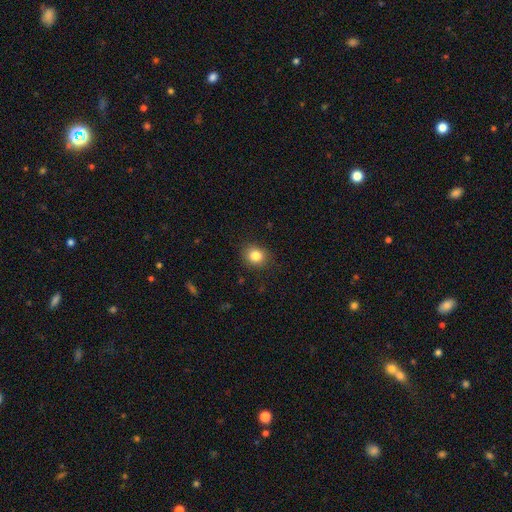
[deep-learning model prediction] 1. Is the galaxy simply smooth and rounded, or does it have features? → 84% smooth, 11% star or artifact, 6% featured or disk.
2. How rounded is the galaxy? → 74% round, 25% in between, 1% cigar-shaped.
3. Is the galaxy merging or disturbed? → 87% none, 10% minor disturbance, 3% major disturbance, 1% merger.